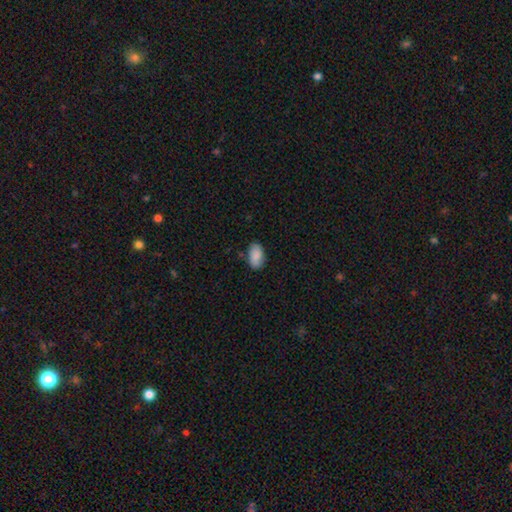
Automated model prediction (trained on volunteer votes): Morphology: type=smooth (87%); roundness=in between (93%); merging=none (80%).